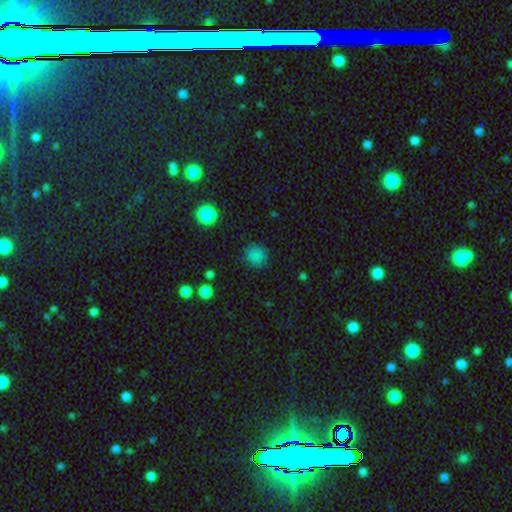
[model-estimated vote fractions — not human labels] Morphology: type=smooth (82%); roundness=round (88%); merging=none (86%).